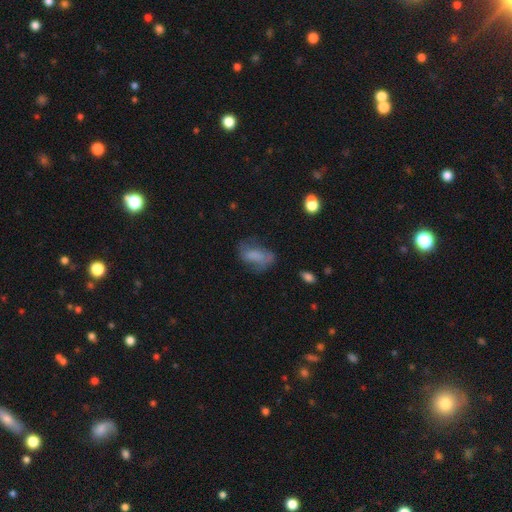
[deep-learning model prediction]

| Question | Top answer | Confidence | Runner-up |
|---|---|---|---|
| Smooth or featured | smooth | 60% | featured or disk (29%) |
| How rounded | in between | 86% | round (7%) |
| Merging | none | 46% | minor disturbance (29%) |